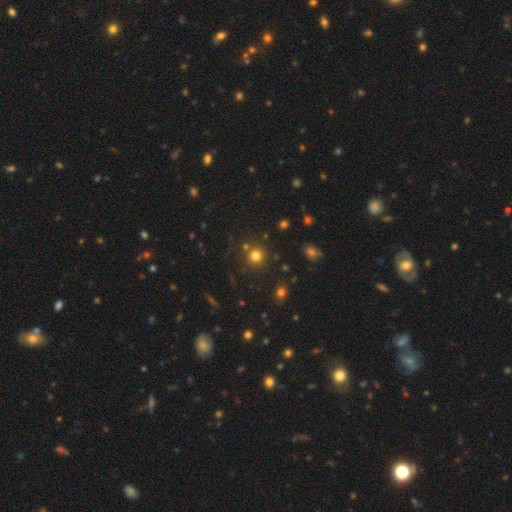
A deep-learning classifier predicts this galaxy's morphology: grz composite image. It shows a smooth galaxy with no disk features (75%) that is round (93%). Merging: none (82%).